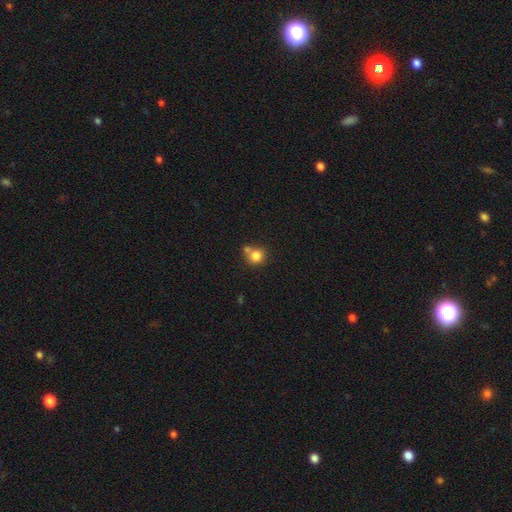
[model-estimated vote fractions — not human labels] Smooth or featured?
  - smooth: 81% *
  - star or artifact: 11%
  - featured or disk: 8%
How rounded?
  - round: 88% *
  - in between: 11%
  - cigar-shaped: 1%
Merging?
  - none: 58% *
  - merger: 28%
  - minor disturbance: 10%
  - major disturbance: 3%